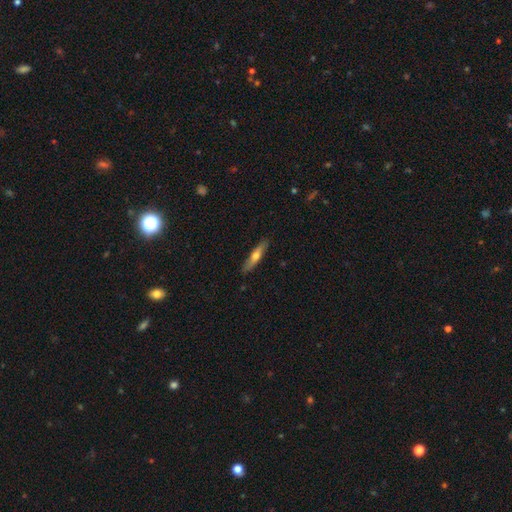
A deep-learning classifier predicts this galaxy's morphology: Q: Smooth or featured?
A: smooth (47%); tied with: featured or disk (47%)
Q: Merging?
A: none (89%); runner-up: minor disturbance (8%)